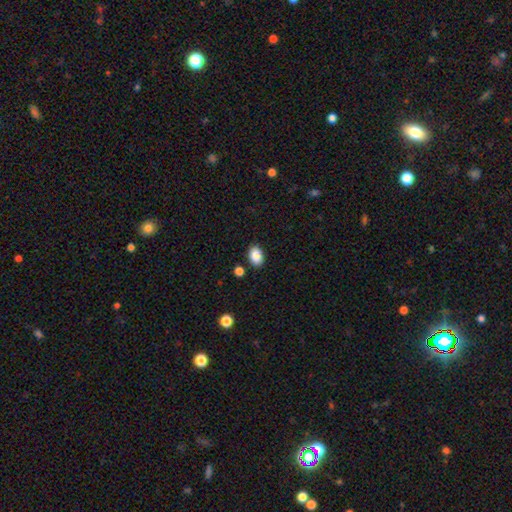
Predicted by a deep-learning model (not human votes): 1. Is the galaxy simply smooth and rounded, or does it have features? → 88% smooth, 8% star or artifact, 4% featured or disk.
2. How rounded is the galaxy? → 85% in between, 14% round, 1% cigar-shaped.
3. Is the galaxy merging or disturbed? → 85% none, 9% minor disturbance, 3% merger, 2% major disturbance.